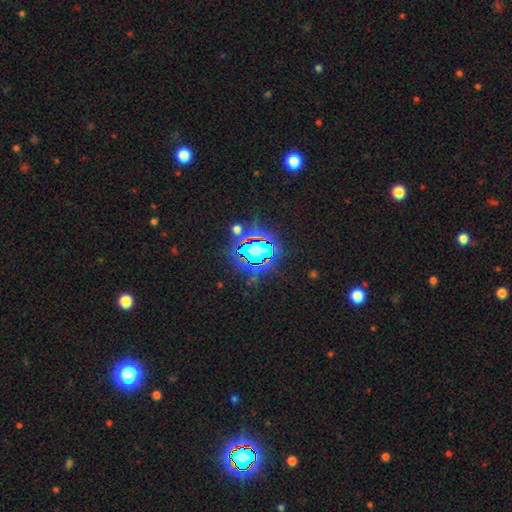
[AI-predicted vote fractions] This is clearly a star or artifact rather than a galaxy (81%).